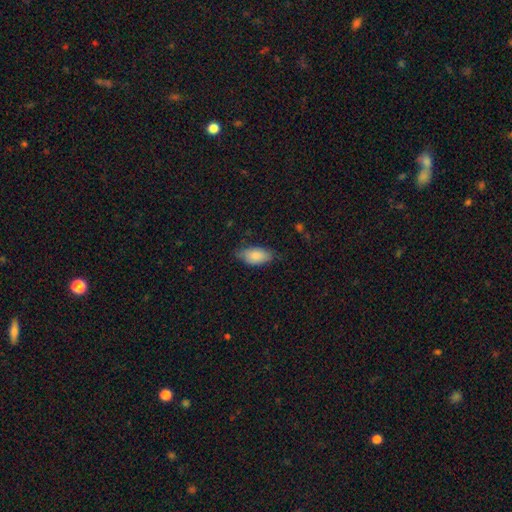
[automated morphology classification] Smooth or featured? smooth (85%)
How rounded? in between (92%)
Merging? none (68%)